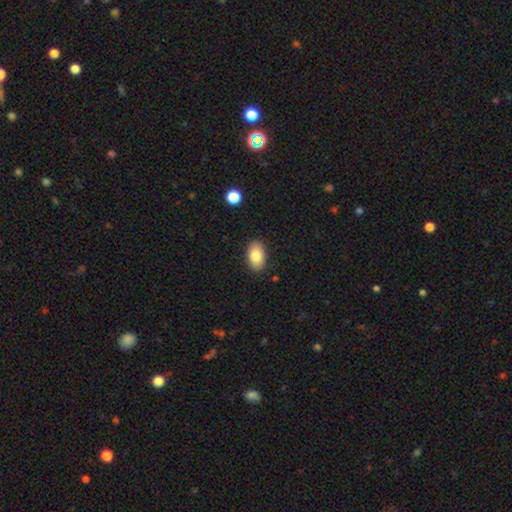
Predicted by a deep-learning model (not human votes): This is clearly a smooth galaxy (82%). How rounded: clearly in between (91%). Merging: clearly none (88%).